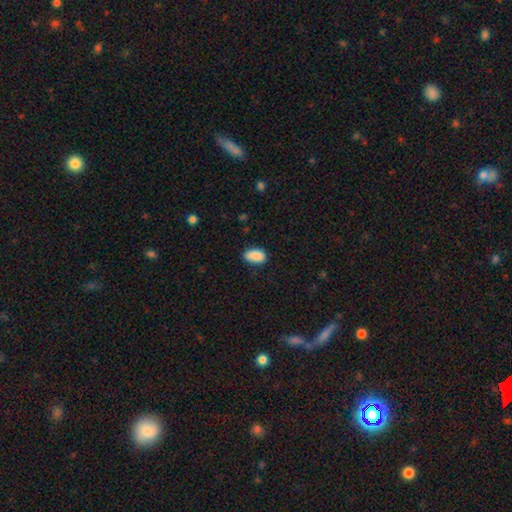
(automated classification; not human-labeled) Smooth or featured? smooth (89%)
How rounded? in between (92%)
Merging? none (77%)